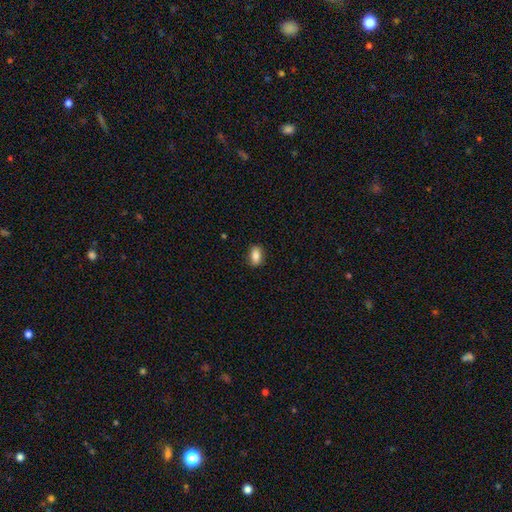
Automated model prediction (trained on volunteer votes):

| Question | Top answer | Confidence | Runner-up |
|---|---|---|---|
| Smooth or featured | smooth | 83% | featured or disk (9%) |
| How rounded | in between | 87% | round (9%) |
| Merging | none | 87% | minor disturbance (10%) |